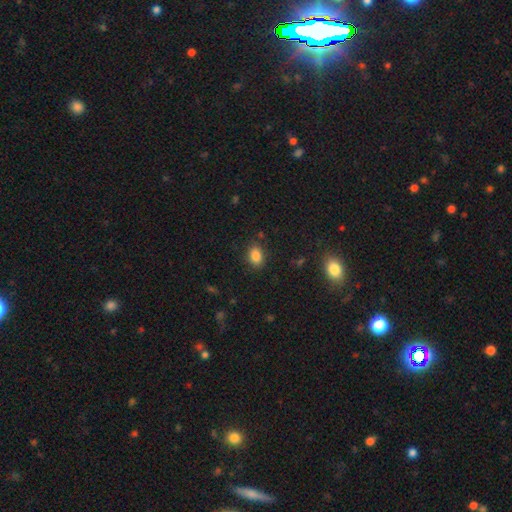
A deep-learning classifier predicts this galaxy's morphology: Smooth or featured? smooth (85%)
How rounded? in between (79%)
Merging? none (84%)